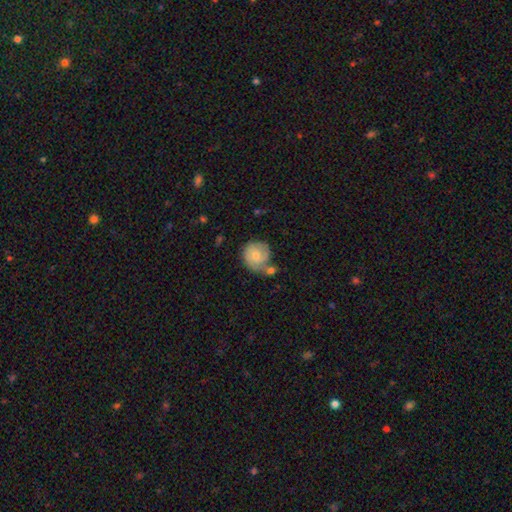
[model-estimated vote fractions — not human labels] This appears to be a smooth galaxy with no disk features (54%) that is round (85%). Merging: none (43%).